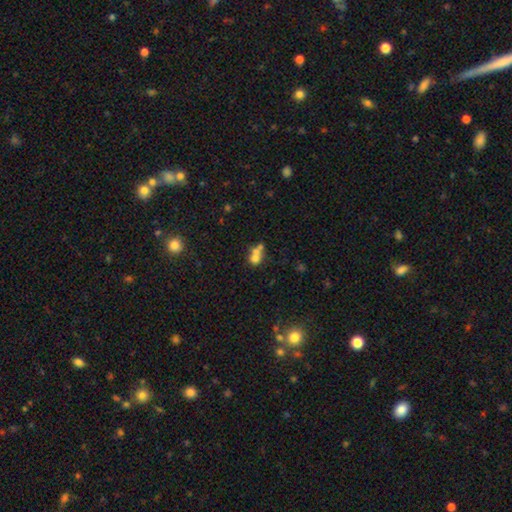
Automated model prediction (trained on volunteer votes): Smooth or featured?
  - smooth: 65% *
  - featured or disk: 21%
  - star or artifact: 14%
How rounded?
  - round: 66% *
  - in between: 32%
  - cigar-shaped: 2%
Merging?
  - merger: 59% *
  - none: 27%
  - minor disturbance: 8%
  - major disturbance: 5%